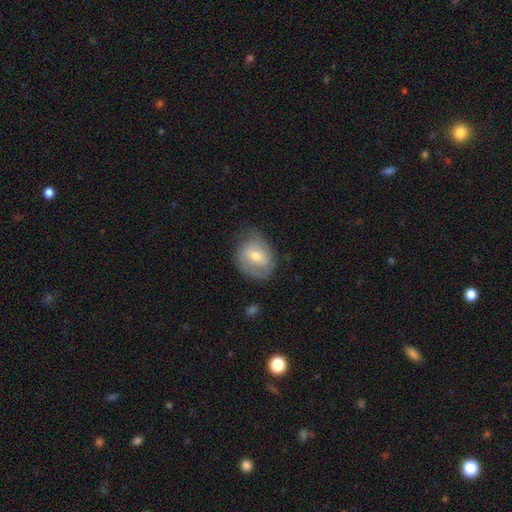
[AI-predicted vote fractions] Smooth or featured?
  - smooth: 49% *
  - featured or disk: 44%
  - star or artifact: 7%
Merging?
  - none: 59% *
  - minor disturbance: 29%
  - major disturbance: 11%
  - merger: 2%